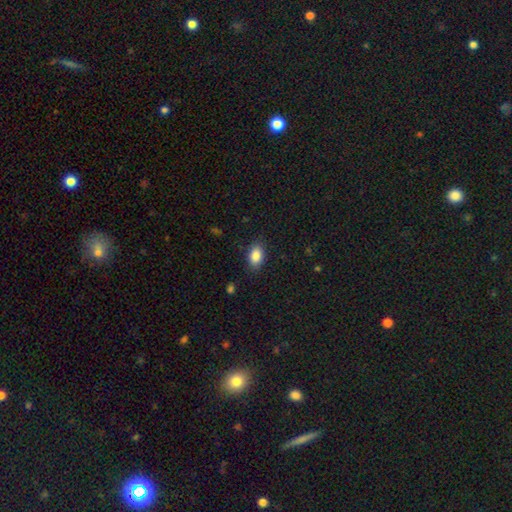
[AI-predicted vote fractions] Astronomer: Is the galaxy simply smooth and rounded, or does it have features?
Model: smooth — 87%.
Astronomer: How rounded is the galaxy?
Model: in between — 88%.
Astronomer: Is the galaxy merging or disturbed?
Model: none — 85%.